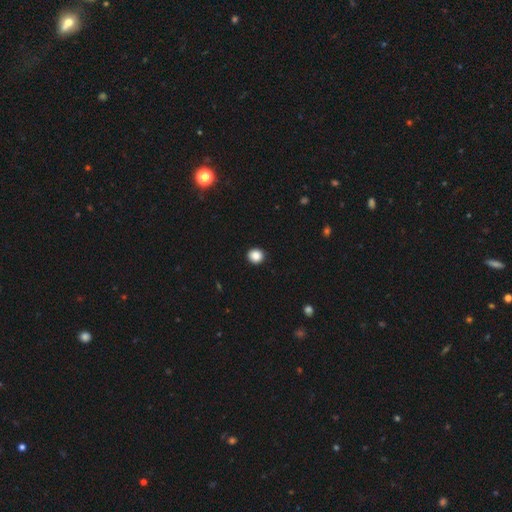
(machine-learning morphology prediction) This appears to be a smooth galaxy with no disk features (87%) that is round (87%). Merging: none (93%).